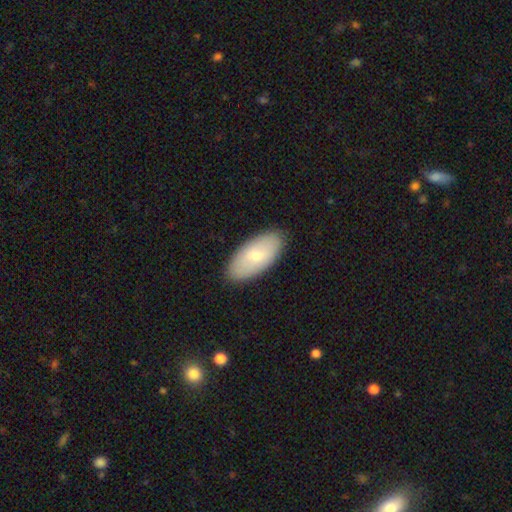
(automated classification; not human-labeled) A smooth galaxy with no disk features (70%) that is in between round and cigar-shaped (92%).

Vote fractions:
- Smooth or featured? smooth: 70% / featured or disk: 24% / star or artifact: 6%
- How rounded? in between: 92% / cigar-shaped: 5% / round: 2%
- Merging? none: 89% / minor disturbance: 8% / major disturbance: 2% / merger: 1%